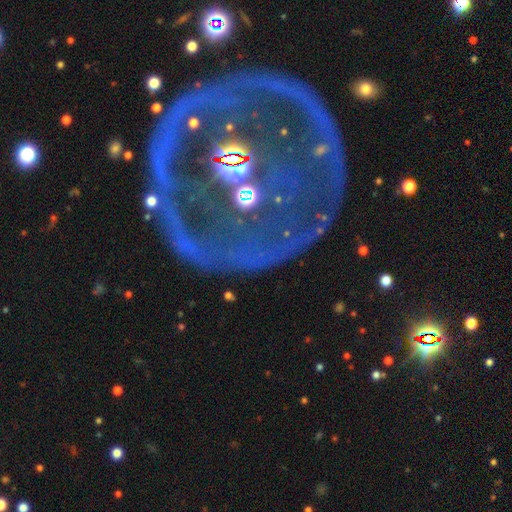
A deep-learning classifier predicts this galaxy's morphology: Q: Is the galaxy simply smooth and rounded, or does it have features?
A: featured or disk — 48%.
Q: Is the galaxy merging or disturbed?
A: none — 80%.